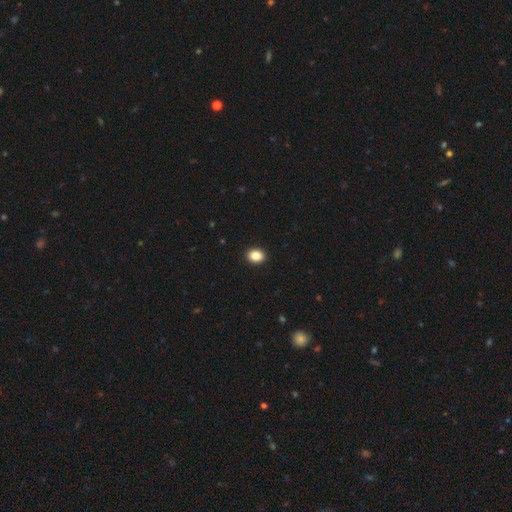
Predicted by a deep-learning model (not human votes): smooth_or_featured: smooth (p=0.87) [alt: star or artifact p=0.09]
how_rounded: in between (p=0.56) [alt: round p=0.43]
merging: none (p=0.92) [alt: minor disturbance p=0.05]